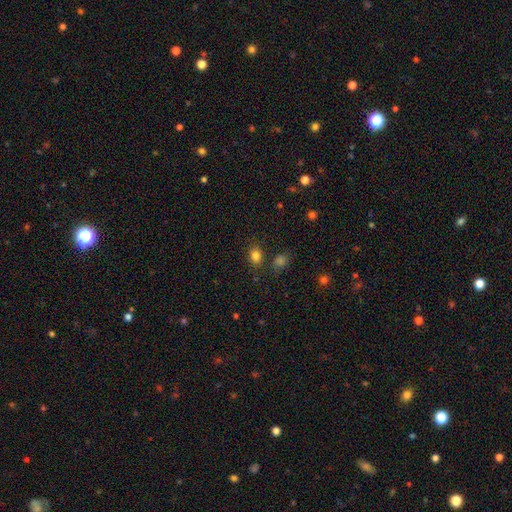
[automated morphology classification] Overall: smooth (83%). How rounded: in between (59%; round 40%). Merging: none (78%).